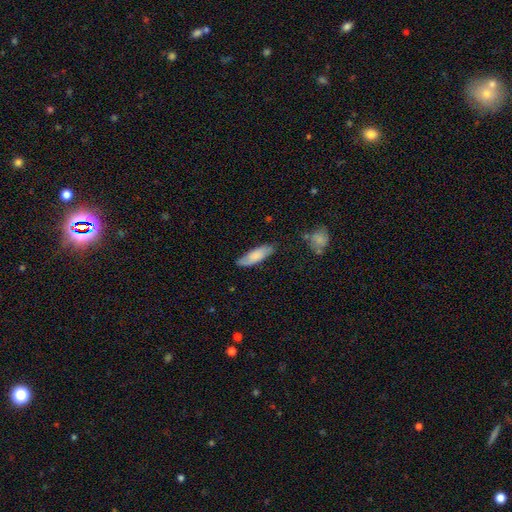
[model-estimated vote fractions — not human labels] This appears to be a smooth galaxy with no disk features (75%) that is in between round and cigar-shaped (53%). Merging: none (77%).